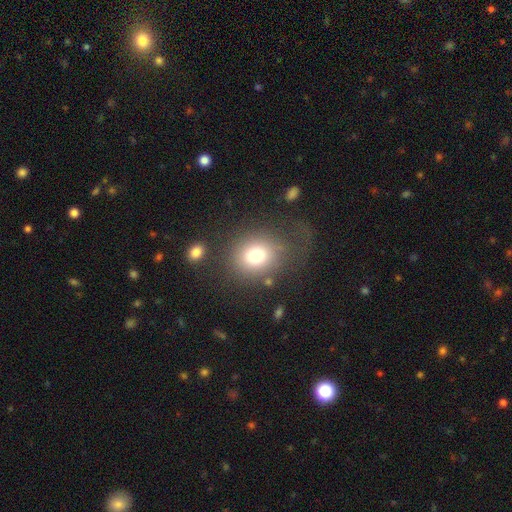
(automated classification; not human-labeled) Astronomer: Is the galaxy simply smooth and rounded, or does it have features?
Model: smooth — 75%.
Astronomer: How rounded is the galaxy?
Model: round — 69%.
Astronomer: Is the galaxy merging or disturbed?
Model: none — 61%.